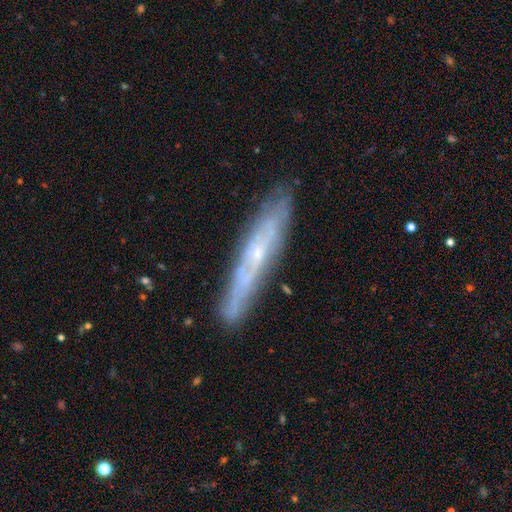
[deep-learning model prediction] This appears to be a featured or disk galaxy (67%) viewed edge-on (68%). Merging: none (82%).